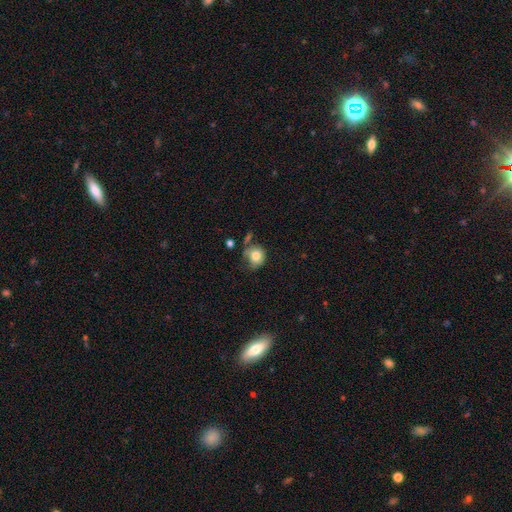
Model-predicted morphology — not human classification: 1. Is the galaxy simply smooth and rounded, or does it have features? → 79% smooth, 12% featured or disk, 9% star or artifact.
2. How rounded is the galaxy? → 73% round, 26% in between, 1% cigar-shaped.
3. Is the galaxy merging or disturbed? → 44% none, 30% minor disturbance, 15% major disturbance, 10% merger.